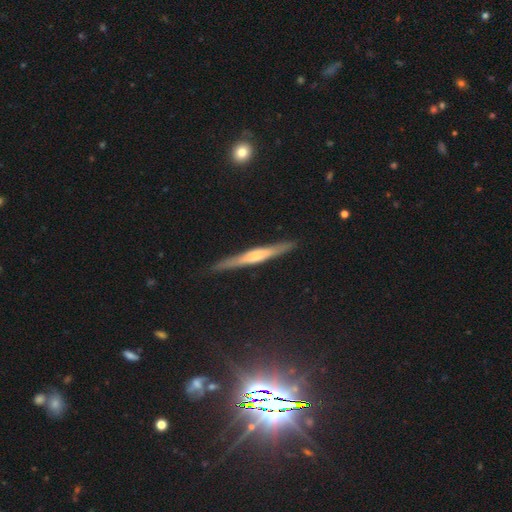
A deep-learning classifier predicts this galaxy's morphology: The model was most divided on "smooth or featured": featured or disk: 67%, smooth: 25%, star or artifact: 8%. More confident: edge-on disk — yes (96%); merging — none (90%); edge-on bulge — rounded (68%).